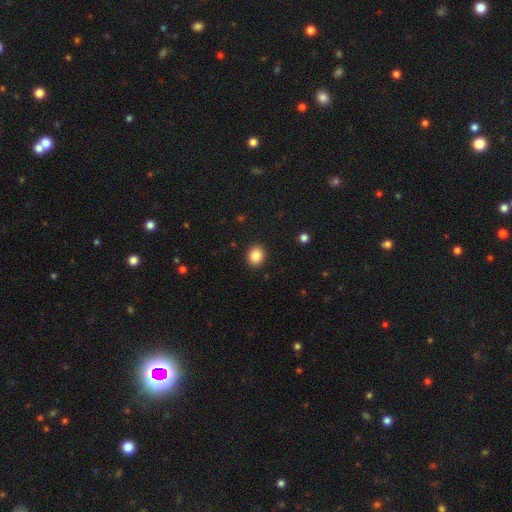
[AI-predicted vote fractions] Overall: smooth (86%). How rounded: round (66%; in between 33%). Merging: none (91%).